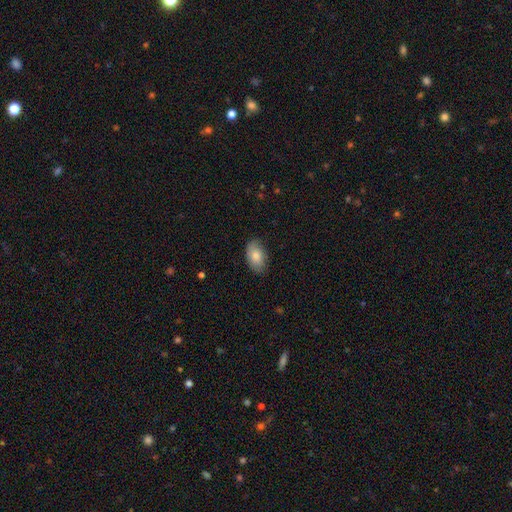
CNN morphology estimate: This appears to be a smooth galaxy with no disk features (81%) that is in between round and cigar-shaped (93%). Merging: none (82%).